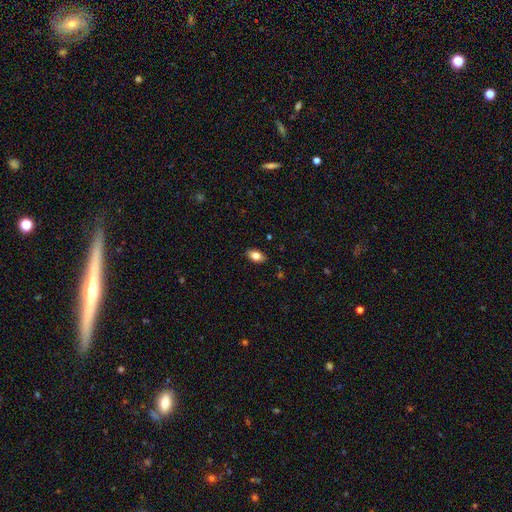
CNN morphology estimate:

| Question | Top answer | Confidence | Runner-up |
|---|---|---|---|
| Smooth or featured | smooth | 79% | featured or disk (13%) |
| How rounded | in between | 91% | round (5%) |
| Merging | none | 88% | minor disturbance (9%) |